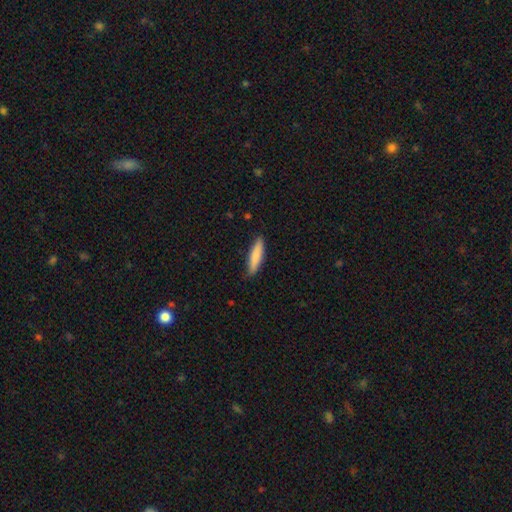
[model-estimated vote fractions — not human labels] Overall: smooth (83%). How rounded: cigar-shaped (78%). Merging: none (85%).